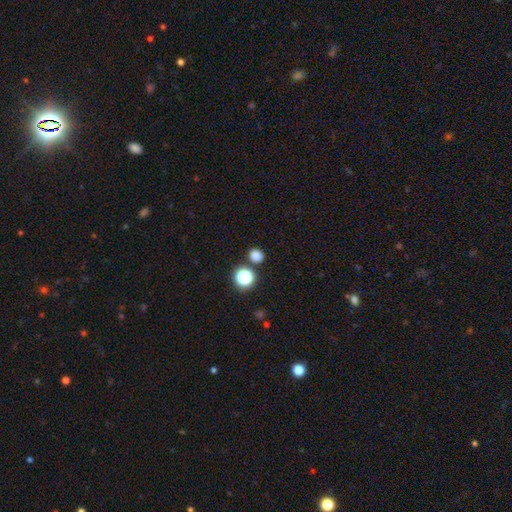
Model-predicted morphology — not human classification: smooth 78%, star or artifact 18%, featured or disk 4%. Down the decision tree: how rounded — round (82%); merging — none (81%).